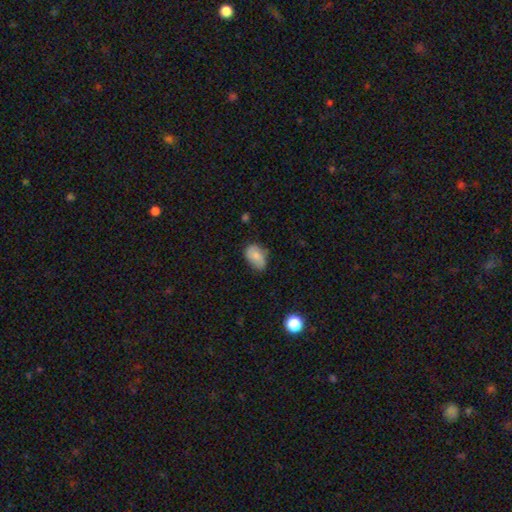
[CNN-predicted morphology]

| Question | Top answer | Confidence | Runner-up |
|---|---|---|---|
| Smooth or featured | smooth | 78% | featured or disk (14%) |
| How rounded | in between | 86% | round (12%) |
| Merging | none | 59% | minor disturbance (33%) |